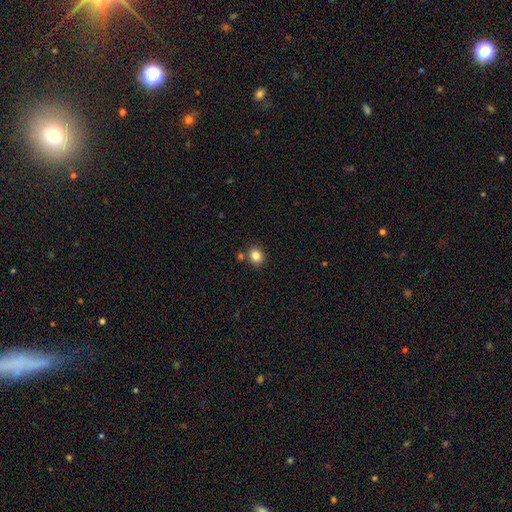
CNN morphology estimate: smooth_or_featured: smooth (p=0.85) [alt: star or artifact p=0.10]
how_rounded: round (p=0.72) [alt: in between p=0.27]
merging: none (p=0.78) [alt: minor disturbance p=0.10]